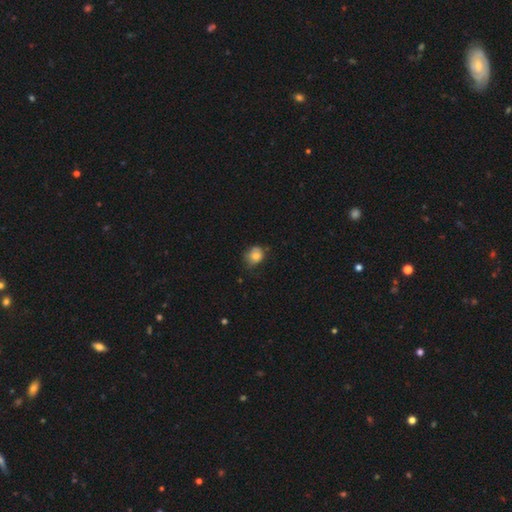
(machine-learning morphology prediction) This appears to be a smooth galaxy with no disk features (75%) that is round (61%). Merging: none (53%).